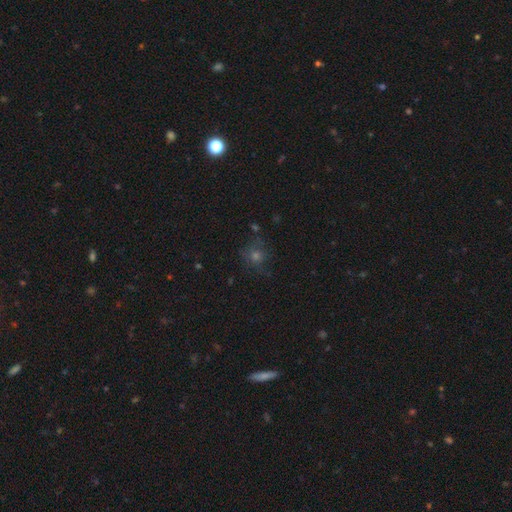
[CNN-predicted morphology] The model was most divided on "smooth or featured": smooth: 47%, star or artifact: 35%, featured or disk: 18%. More confident: merging — none (73%).